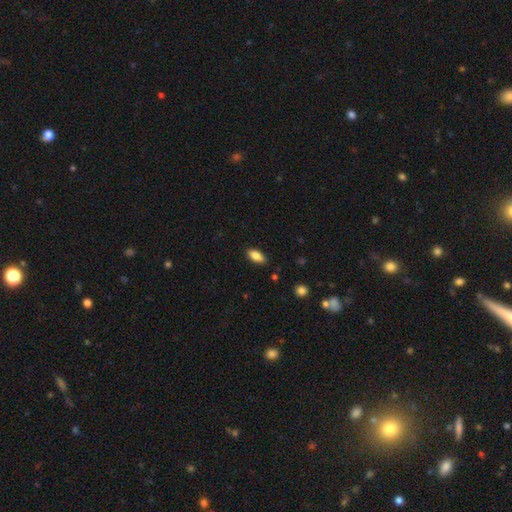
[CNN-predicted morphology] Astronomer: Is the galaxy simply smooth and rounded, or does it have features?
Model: smooth — 85%.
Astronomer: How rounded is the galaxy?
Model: in between — 87%.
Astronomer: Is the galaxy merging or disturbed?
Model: none — 86%.